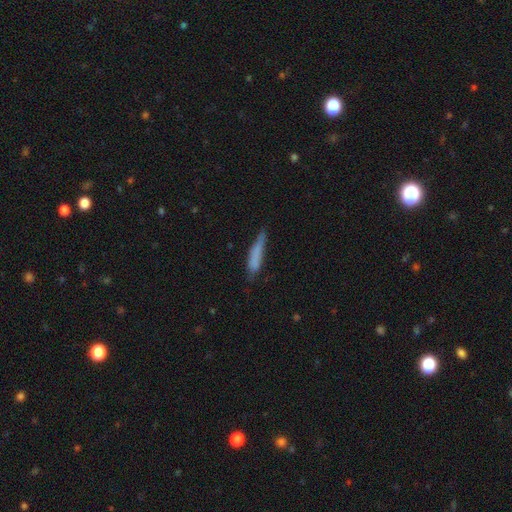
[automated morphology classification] Overall: smooth (74%). How rounded: cigar-shaped (88%). Merging: none (62%; minor disturbance 28%).